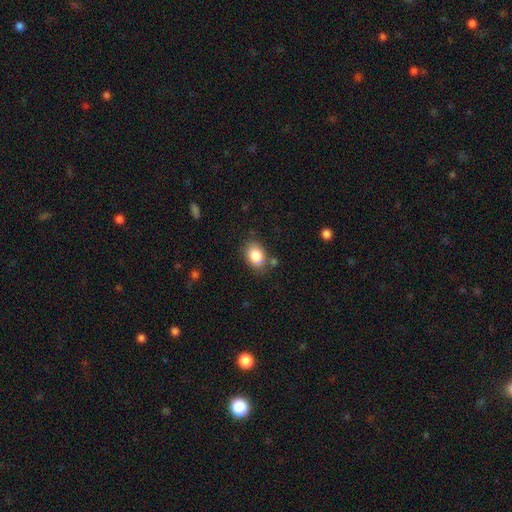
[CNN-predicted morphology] type=smooth (85%); roundness=in between (76%); merging=none (75%).